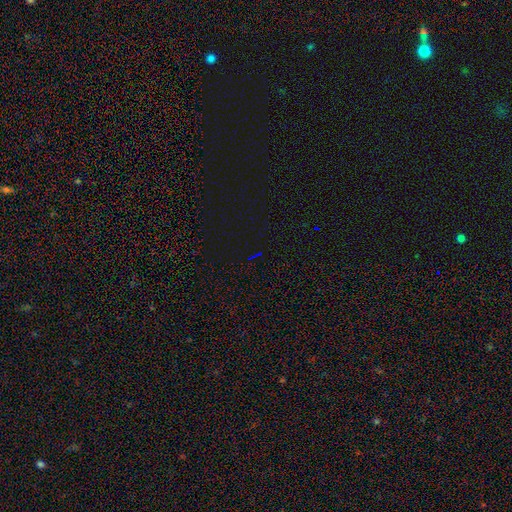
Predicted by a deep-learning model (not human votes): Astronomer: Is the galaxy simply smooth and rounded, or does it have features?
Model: star or artifact — 78%.